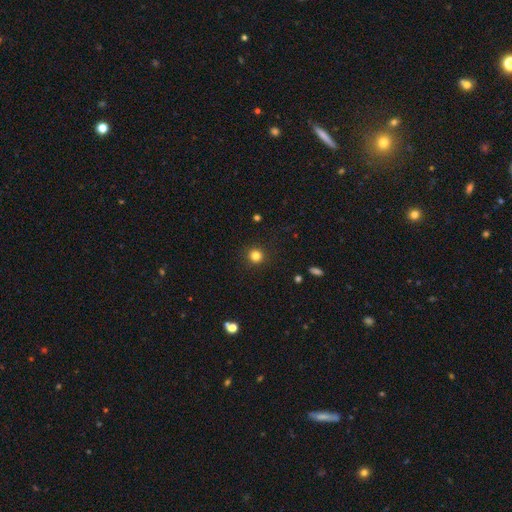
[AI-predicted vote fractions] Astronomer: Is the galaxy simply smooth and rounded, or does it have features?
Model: smooth — 82%.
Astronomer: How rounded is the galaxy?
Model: round — 95%.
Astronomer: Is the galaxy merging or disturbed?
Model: none — 92%.